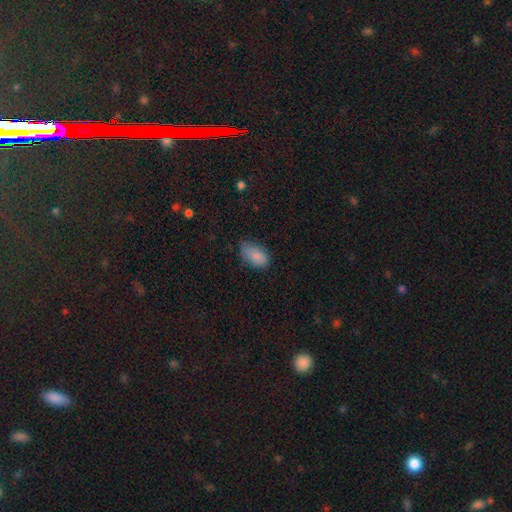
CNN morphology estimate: The model was most divided on "merging": none: 62%, minor disturbance: 30%, major disturbance: 7%, merger: 1%. More confident: how rounded — in between (92%); smooth or featured — smooth (86%).